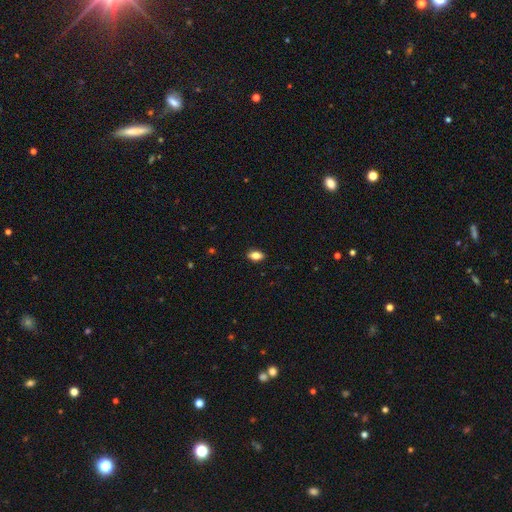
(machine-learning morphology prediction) type=smooth (82%); roundness=in between (88%); merging=none (88%).